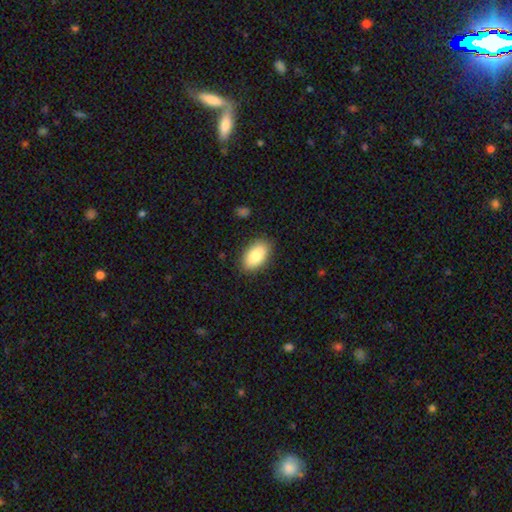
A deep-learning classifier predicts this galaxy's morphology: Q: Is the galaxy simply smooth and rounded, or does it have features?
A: smooth — 84%.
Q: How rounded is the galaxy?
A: in between — 93%.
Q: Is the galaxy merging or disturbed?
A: none — 86%.